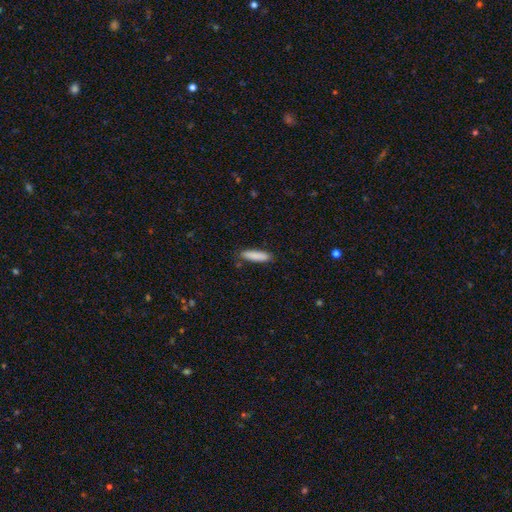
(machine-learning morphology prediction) A smooth galaxy with no disk features (87%) that is cigar-shaped (75%).

Vote fractions:
- Smooth or featured? smooth: 87% / featured or disk: 7% / star or artifact: 6%
- How rounded? cigar-shaped: 75% / in between: 24% / round: 1%
- Merging? none: 87% / minor disturbance: 10% / major disturbance: 2% / merger: 2%